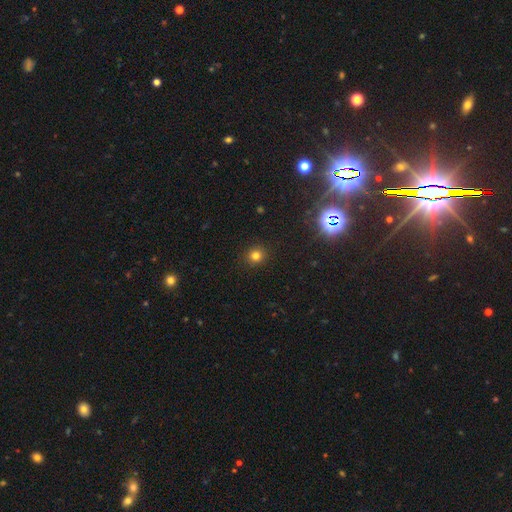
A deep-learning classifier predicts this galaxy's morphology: smooth-or-featured: smooth: 77% | star or artifact: 17% | featured or disk: 6%
  how-rounded: round: 90% | in between: 9% | cigar-shaped: 1%
  merging: none: 91% | minor disturbance: 6% | major disturbance: 2% | merger: 1%